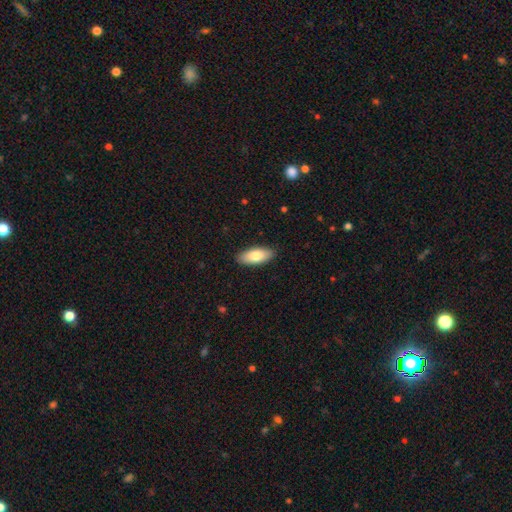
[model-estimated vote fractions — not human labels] smooth-or-featured: smooth: 79% | featured or disk: 15% | star or artifact: 6%
  how-rounded: in between: 84% | cigar-shaped: 14% | round: 2%
  merging: none: 89% | minor disturbance: 8% | major disturbance: 2% | merger: 1%